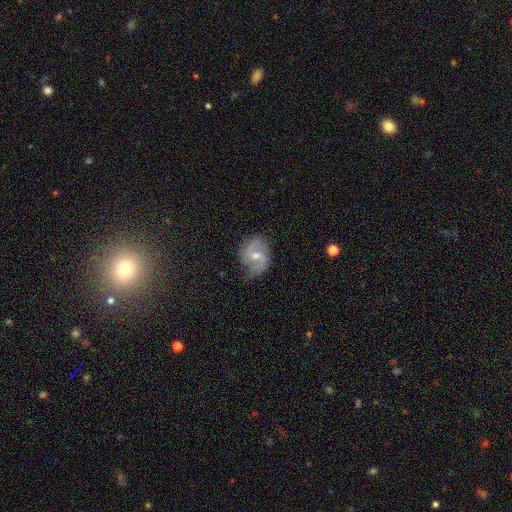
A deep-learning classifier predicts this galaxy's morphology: The model was most divided on "bulge size": moderate: 49%, small: 46%, none: 2%, large: 1%, dominant: 1%. Remaining: edge-on disk — no (97%); spiral arms — yes (93%); spiral arm count — 2 (85%); smooth or featured — featured or disk (78%); merging — none (71%); bar — weak (53%); spiral winding — medium (49%).